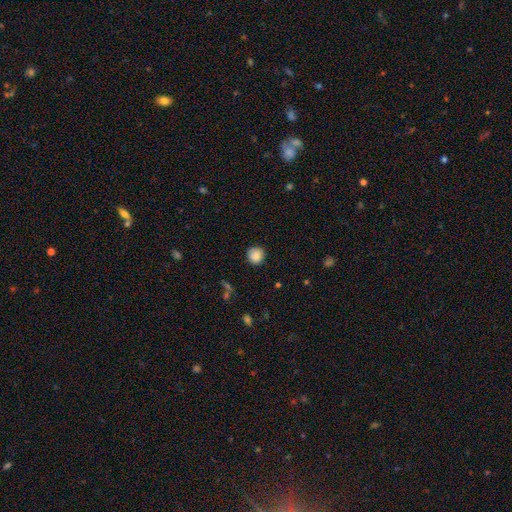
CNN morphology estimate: A smooth galaxy with no disk features (87%) that is round (91%). Merging: none (85%).